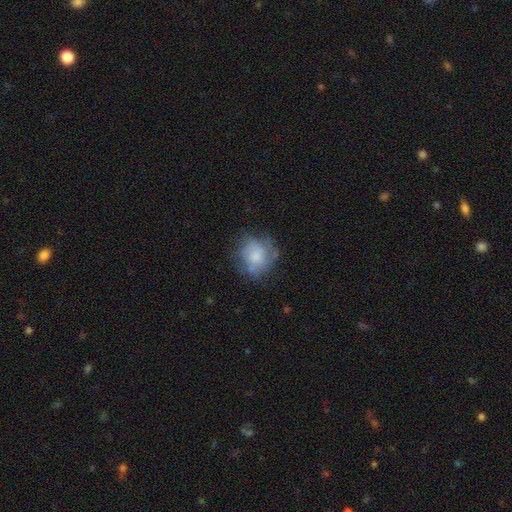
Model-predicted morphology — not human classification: The model was most divided on "smooth or featured": smooth: 54%, featured or disk: 37%, star or artifact: 9%. More confident: how rounded — round (74%); merging — none (57%).